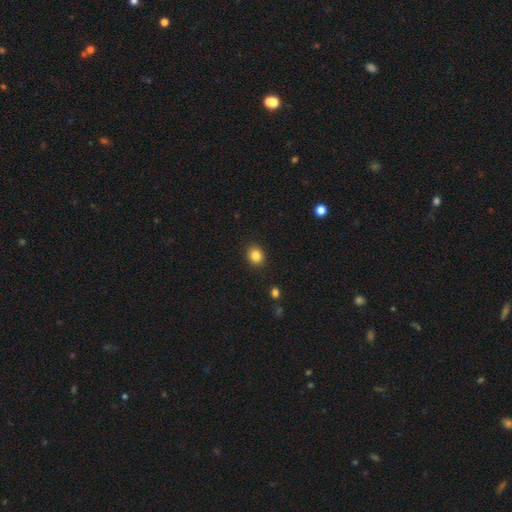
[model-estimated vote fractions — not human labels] Smooth or featured? Predicted: smooth (p=0.84). How rounded? Predicted: round (p=0.71). Merging? Predicted: none (p=0.91).